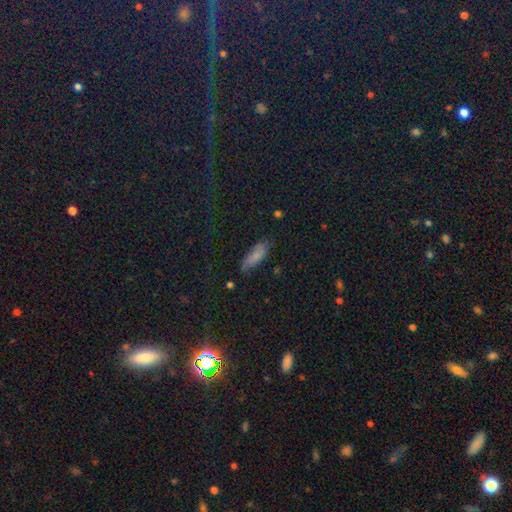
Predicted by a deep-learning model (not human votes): smooth-or-featured: smooth: 73% | featured or disk: 17% | star or artifact: 10%
  how-rounded: in between: 57% | cigar-shaped: 40% | round: 3%
  merging: none: 67% | minor disturbance: 25% | major disturbance: 7% | merger: 2%